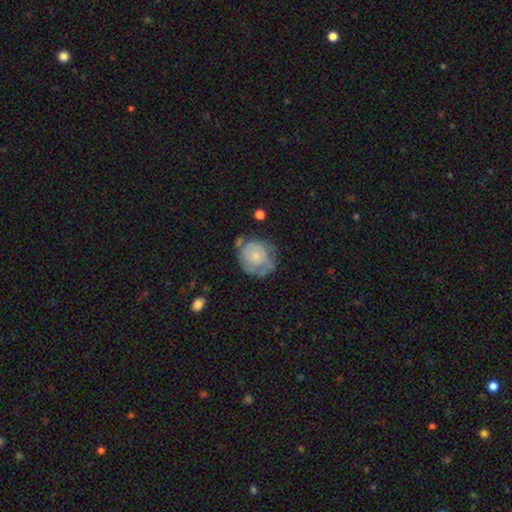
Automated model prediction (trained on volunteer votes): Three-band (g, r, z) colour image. It shows a featured or disk galaxy (50%). Merging: none (48%).